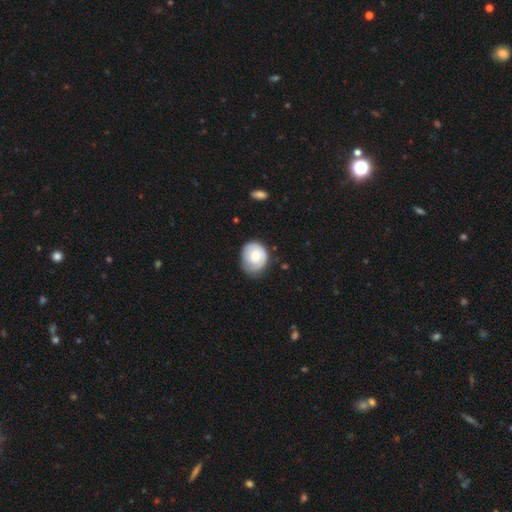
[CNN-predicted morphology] Smooth or featured? smooth (56%)
How rounded? round (65%)
Merging? none (63%)